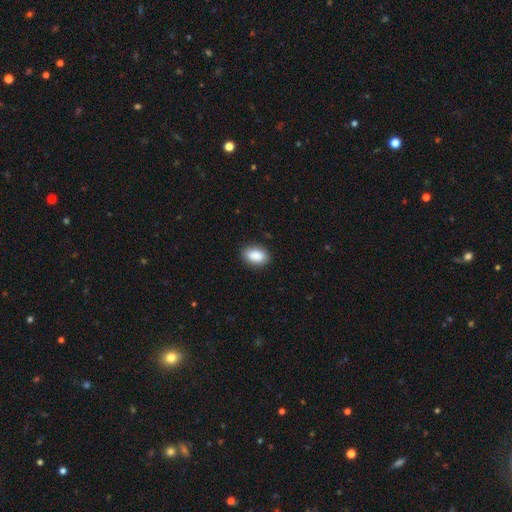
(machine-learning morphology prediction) smooth-or-featured: smooth: 90% | star or artifact: 7% | featured or disk: 3%
  how-rounded: in between: 88% | round: 10% | cigar-shaped: 1%
  merging: none: 87% | minor disturbance: 10% | major disturbance: 2% | merger: 1%